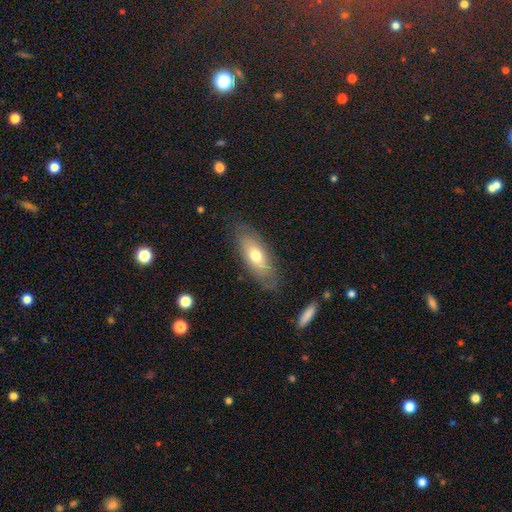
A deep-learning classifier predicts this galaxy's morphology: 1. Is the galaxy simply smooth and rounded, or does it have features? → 54% smooth, 39% featured or disk, 7% star or artifact.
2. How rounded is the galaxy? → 76% in between, 21% cigar-shaped, 3% round.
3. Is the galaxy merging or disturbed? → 78% none, 16% minor disturbance, 5% major disturbance, 1% merger.